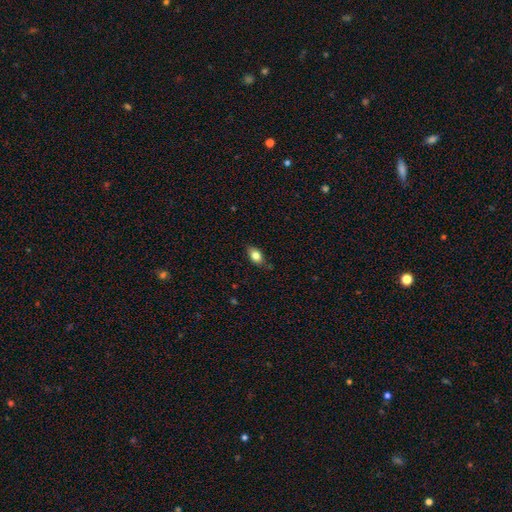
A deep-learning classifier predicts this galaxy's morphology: This appears to be a smooth galaxy with no disk features (80%) that is in between round and cigar-shaped (84%). Merging: none (75%).